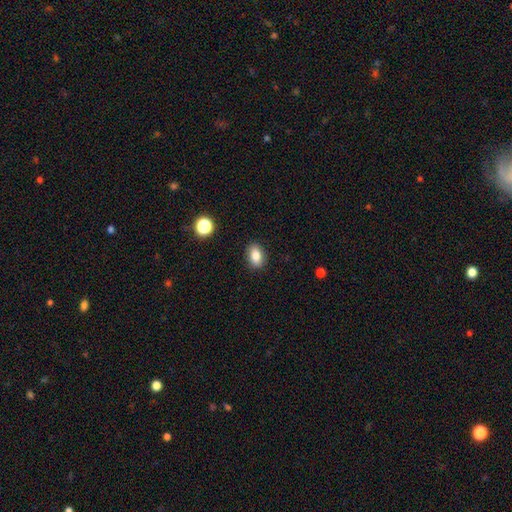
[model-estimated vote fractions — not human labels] smooth-or-featured: smooth: 82% | star or artifact: 9% | featured or disk: 8%
  how-rounded: in between: 80% | round: 18% | cigar-shaped: 2%
  merging: none: 88% | minor disturbance: 9% | major disturbance: 2% | merger: 1%